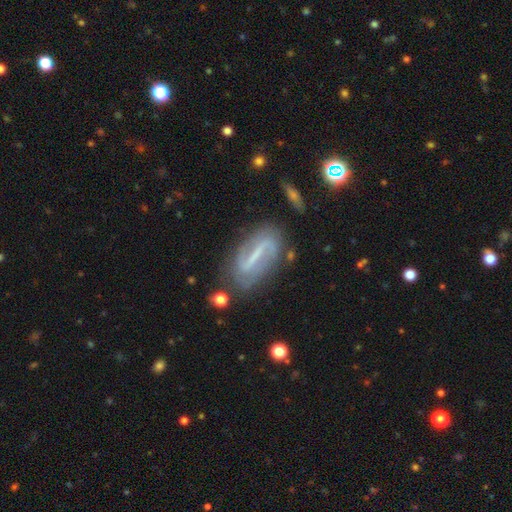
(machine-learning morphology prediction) This is likely a featured or disk galaxy (79%). It is clearly not viewed edge-on (88%). Bar: likely strong (70%). Spiral arm pattern: clearly yes (85%). Spiral arm count: clearly 2 (81%). Spiral winding: marginally loose (36%). Central bulge: marginally small (44%). Merging: likely none (74%).